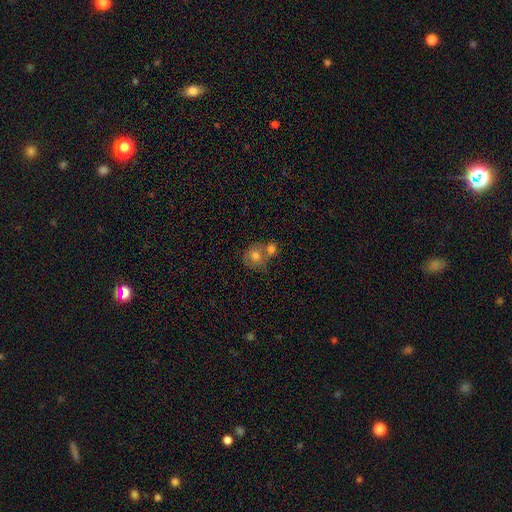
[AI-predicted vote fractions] Q: Smooth or featured?
A: smooth (68%); runner-up: featured or disk (22%)
Q: How rounded?
A: round (82%); runner-up: in between (17%)
Q: Merging?
A: merger (46%); runner-up: none (40%)